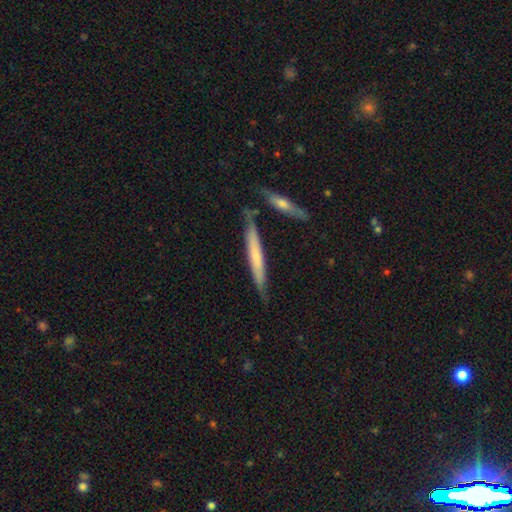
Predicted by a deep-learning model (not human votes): This appears to be a smooth galaxy with no disk features (52%) that is cigar-shaped (95%). Merging: none (78%).